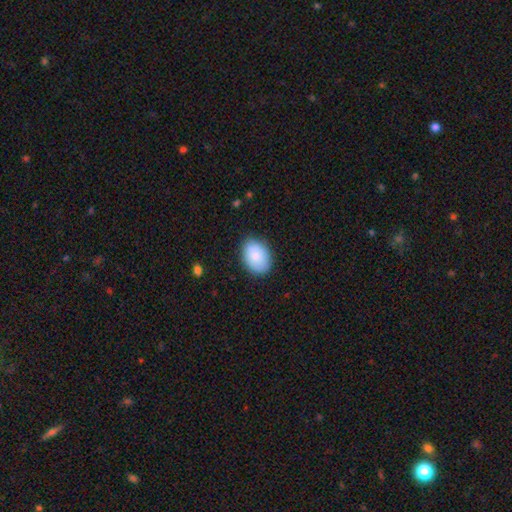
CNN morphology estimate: smooth-or-featured: smooth: 86% | featured or disk: 8% | star or artifact: 6%
  how-rounded: in between: 79% | round: 20% | cigar-shaped: 1%
  merging: none: 84% | minor disturbance: 12% | major disturbance: 3% | merger: 1%